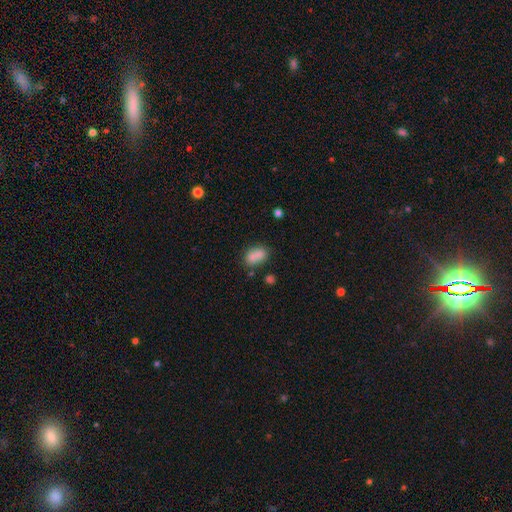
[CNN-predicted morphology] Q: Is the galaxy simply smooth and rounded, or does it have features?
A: smooth — 79%.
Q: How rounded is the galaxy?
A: in between — 80%.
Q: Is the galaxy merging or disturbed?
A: none — 48%.